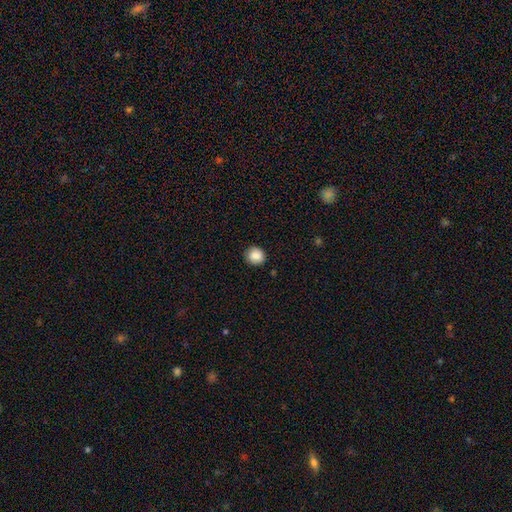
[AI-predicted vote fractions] A smooth galaxy with no disk features (87%) that is round (90%). Merging: none (89%).